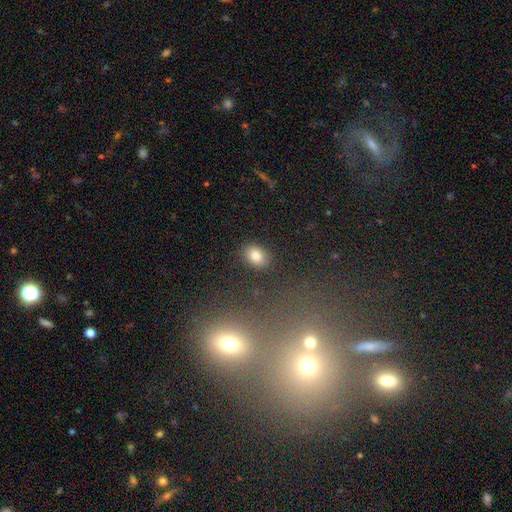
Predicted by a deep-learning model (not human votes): This appears to be a smooth galaxy with no disk features (83%) that is in between round and cigar-shaped (67%). Merging: none (86%).